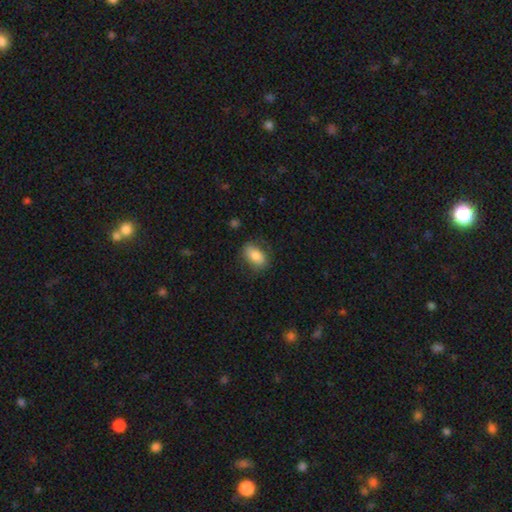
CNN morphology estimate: Smooth or featured? smooth (79%)
How rounded? in between (87%)
Merging? none (76%)